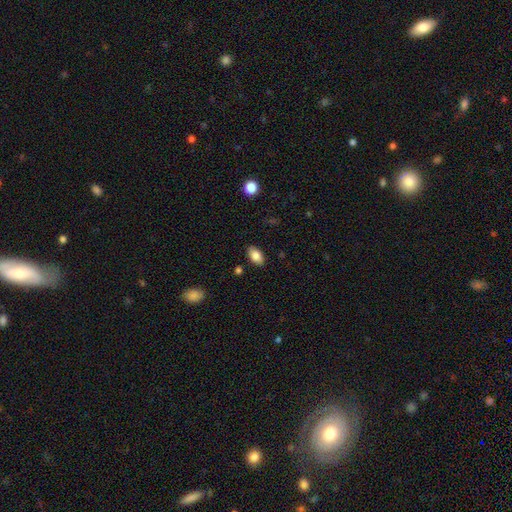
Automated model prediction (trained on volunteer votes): A smooth galaxy with no disk features (84%) that is in between round and cigar-shaped (92%). Merging: none (86%).